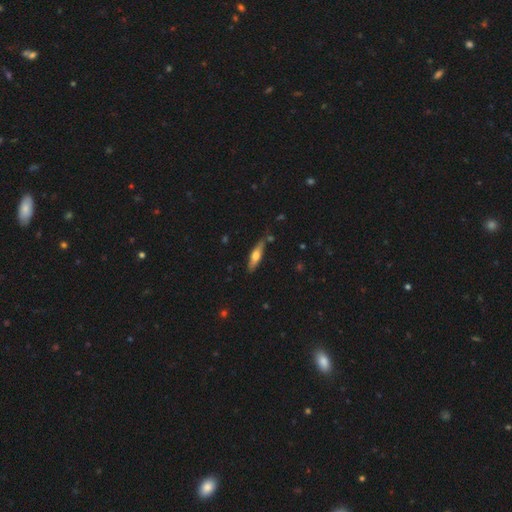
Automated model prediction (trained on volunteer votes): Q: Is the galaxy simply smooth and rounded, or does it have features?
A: smooth — 52%.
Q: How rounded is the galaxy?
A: cigar-shaped — 69%.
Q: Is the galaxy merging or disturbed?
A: none — 78%.